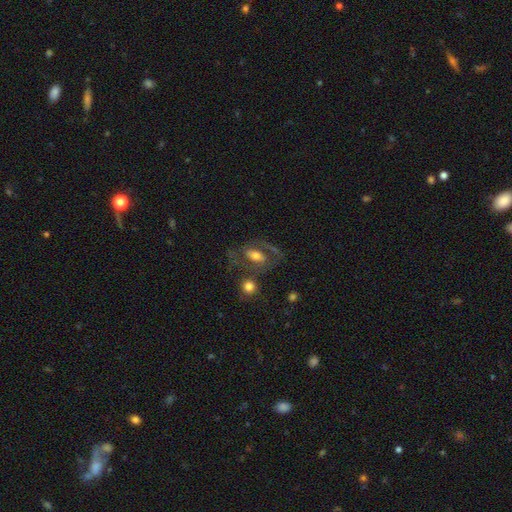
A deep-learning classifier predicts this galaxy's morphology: The model was most divided on "spiral arms": yes: 53%, no: 47%. More confident: edge-on disk — no (91%); bulge size — moderate (62%); smooth or featured — featured or disk (55%); bar — no (54%); merging — none (53%).